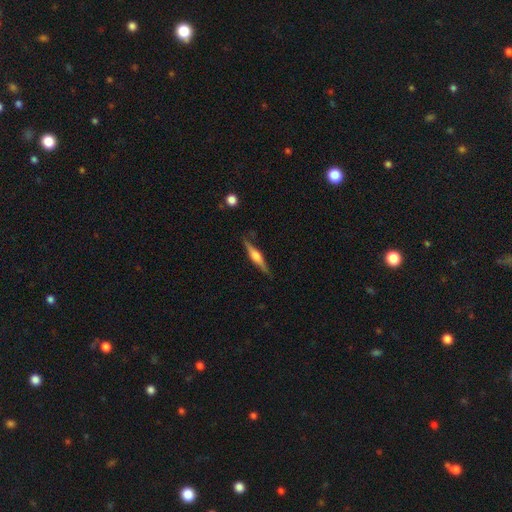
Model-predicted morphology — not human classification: Smooth or featured? Predicted: featured or disk (p=0.70). Edge-on disk? Predicted: yes (p=0.97). Edge-on bulge? Predicted: rounded (p=0.77). Merging? Predicted: none (p=0.85).